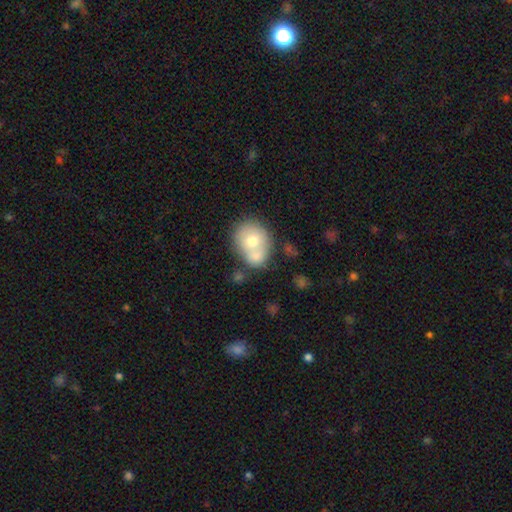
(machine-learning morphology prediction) Smooth or featured? smooth (67%)
How rounded? round (65%)
Merging? merger (48%)